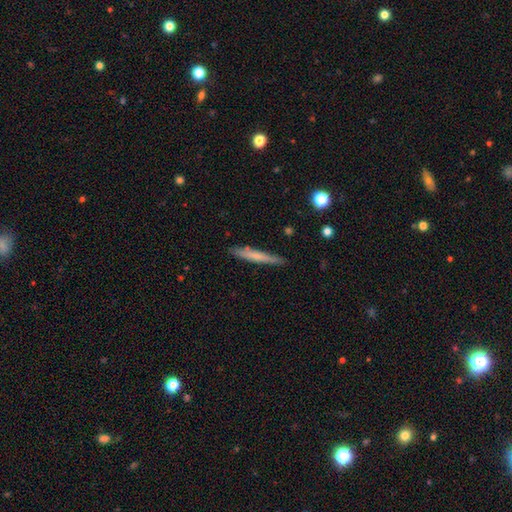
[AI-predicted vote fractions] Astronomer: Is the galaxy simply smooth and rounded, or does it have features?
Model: smooth — 62%.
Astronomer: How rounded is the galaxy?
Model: cigar-shaped — 96%.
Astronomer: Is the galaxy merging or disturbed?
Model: none — 88%.